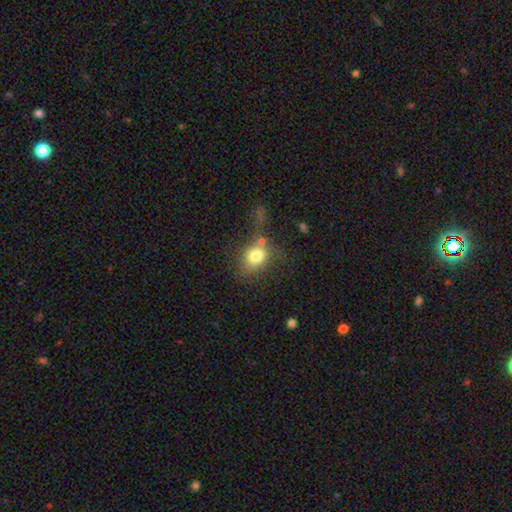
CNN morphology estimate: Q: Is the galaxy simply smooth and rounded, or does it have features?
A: smooth — 77%.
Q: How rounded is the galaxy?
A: round — 50%.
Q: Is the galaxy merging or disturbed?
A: none — 43%.